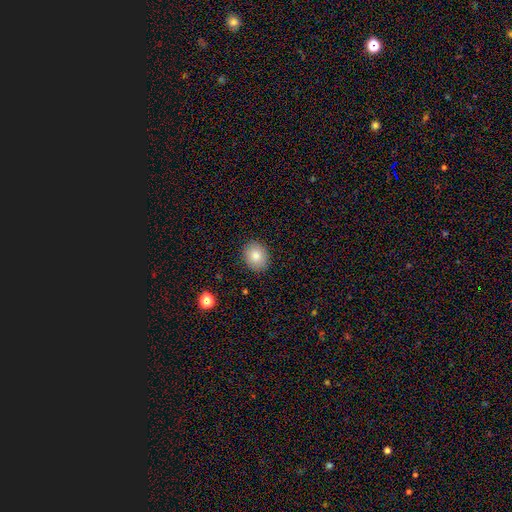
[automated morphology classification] A smooth galaxy with no disk features (82%) that is round (55%).

Vote fractions:
- Smooth or featured? smooth: 82% / featured or disk: 9% / star or artifact: 9%
- How rounded? round: 55% / in between: 44% / cigar-shaped: 1%
- Merging? none: 89% / minor disturbance: 8% / major disturbance: 2% / merger: 1%